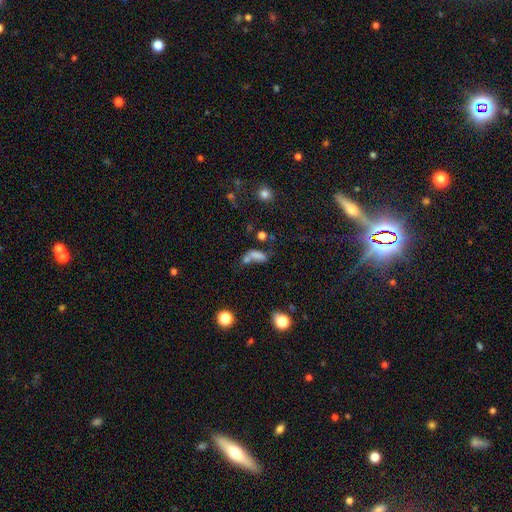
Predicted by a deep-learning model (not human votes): This is likely a smooth galaxy (69%). How rounded: likely in between (73%). Merging: possibly merger (50%).